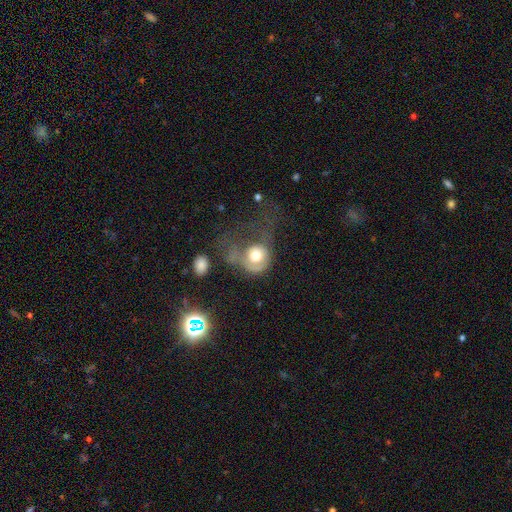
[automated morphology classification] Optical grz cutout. It shows a smooth galaxy with no disk features (57%) that is round (75%). Merging: major disturbance (60%).